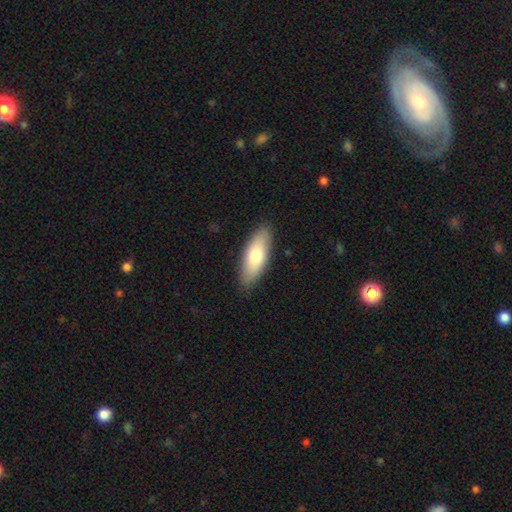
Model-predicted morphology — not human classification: Q: Smooth or featured?
A: smooth (73%); runner-up: featured or disk (22%)
Q: How rounded?
A: in between (72%); runner-up: cigar-shaped (26%)
Q: Merging?
A: none (87%); runner-up: minor disturbance (10%)